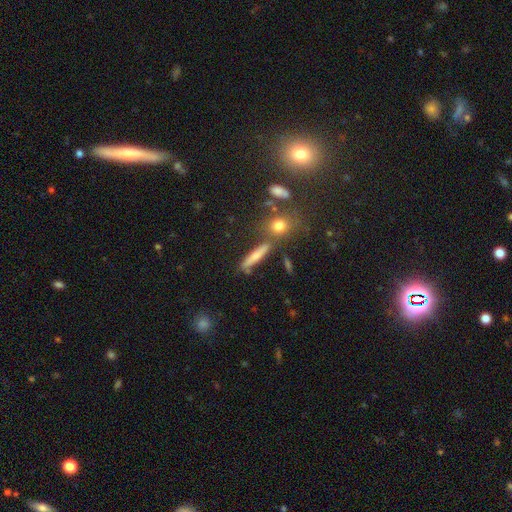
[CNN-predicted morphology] smooth-or-featured: smooth: 65% | featured or disk: 23% | star or artifact: 11%
  how-rounded: cigar-shaped: 78% | in between: 15% | round: 7%
  merging: none: 73% | minor disturbance: 12% | merger: 10% | major disturbance: 4%